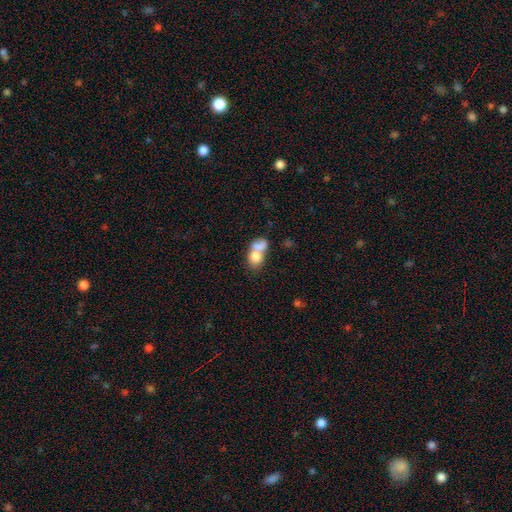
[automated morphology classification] Smooth or featured?
  - smooth: 74% *
  - featured or disk: 17%
  - star or artifact: 9%
How rounded?
  - in between: 60% *
  - round: 38%
  - cigar-shaped: 2%
Merging?
  - merger: 67% *
  - none: 20%
  - minor disturbance: 7%
  - major disturbance: 6%